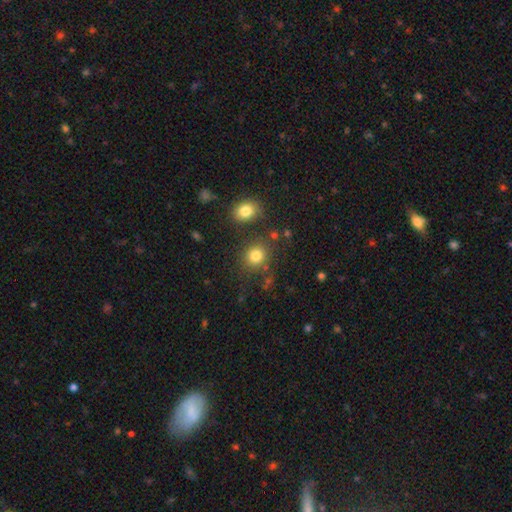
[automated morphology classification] smooth 81%, star or artifact 13%, featured or disk 6%. Down the decision tree: how rounded — round (79%); merging — none (78%).